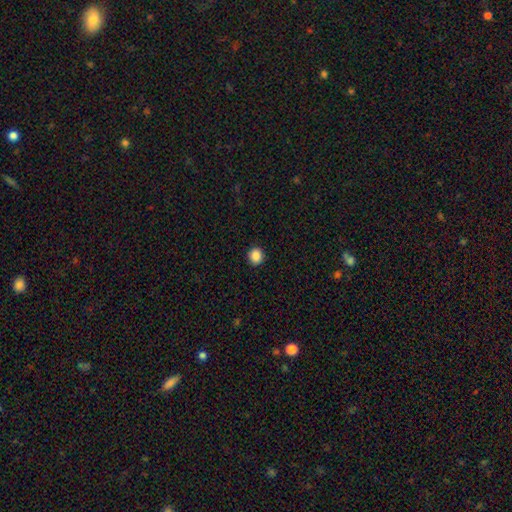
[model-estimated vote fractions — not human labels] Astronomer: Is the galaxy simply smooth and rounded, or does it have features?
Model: smooth — 87%.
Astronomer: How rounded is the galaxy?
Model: round — 91%.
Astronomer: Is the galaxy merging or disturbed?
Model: none — 93%.